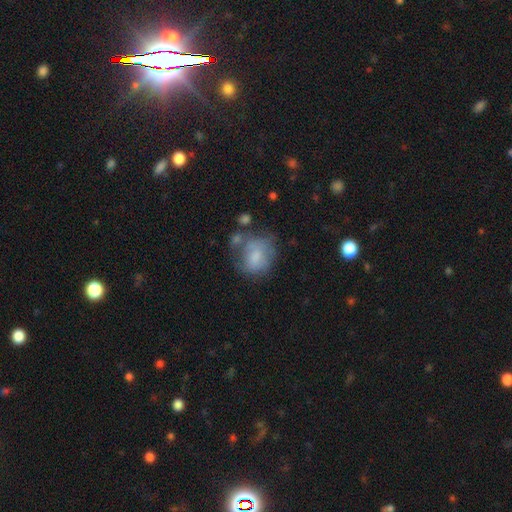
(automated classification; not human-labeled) The model was most divided on "how rounded": in between: 50%, round: 49%, cigar-shaped: 1%. Remaining: smooth or featured — smooth (62%); merging — none (40%).